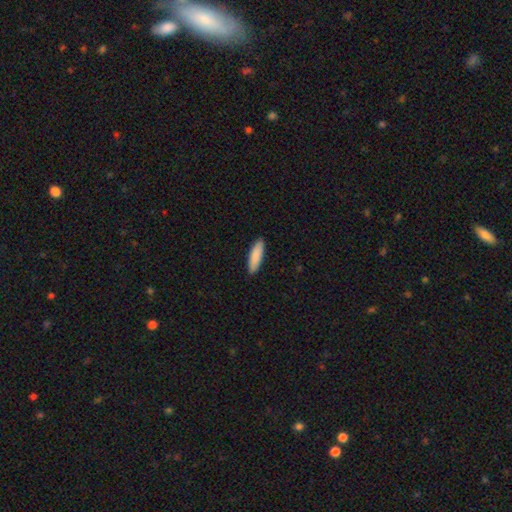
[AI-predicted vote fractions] Q: Smooth or featured?
A: smooth (88%); runner-up: featured or disk (6%)
Q: How rounded?
A: cigar-shaped (57%); runner-up: in between (42%)
Q: Merging?
A: none (90%); runner-up: minor disturbance (7%)